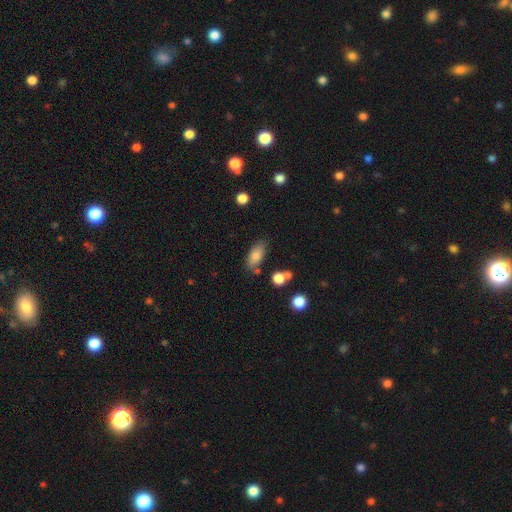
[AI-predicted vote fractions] A smooth galaxy with no disk features (79%) that is in between round and cigar-shaped (86%). Merging: none (73%).